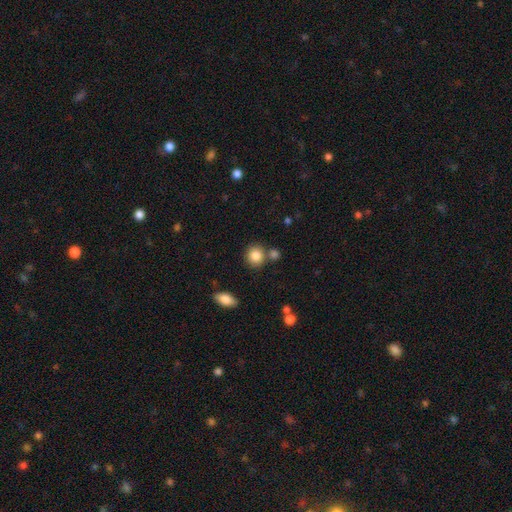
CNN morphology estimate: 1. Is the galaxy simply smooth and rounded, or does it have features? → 84% smooth, 9% star or artifact, 6% featured or disk.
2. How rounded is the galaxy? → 83% round, 16% in between, 1% cigar-shaped.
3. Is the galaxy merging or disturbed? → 72% none, 15% merger, 10% minor disturbance, 3% major disturbance.